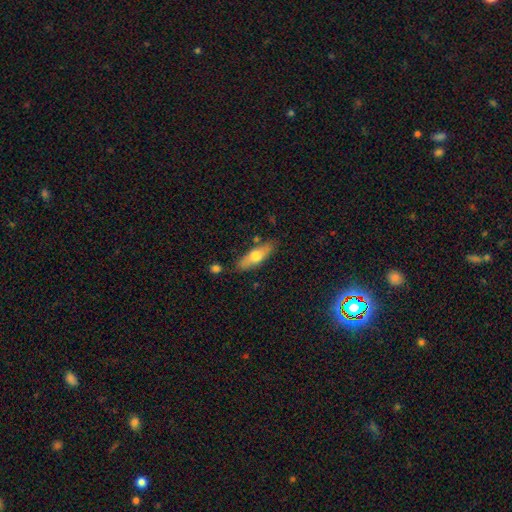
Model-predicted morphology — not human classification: A smooth galaxy with no disk features (62%) that is in between round and cigar-shaped (55%).

Vote fractions:
- Smooth or featured? smooth: 62% / featured or disk: 32% / star or artifact: 6%
- How rounded? in between: 55% / cigar-shaped: 42% / round: 3%
- Merging? none: 80% / minor disturbance: 13% / merger: 4% / major disturbance: 3%